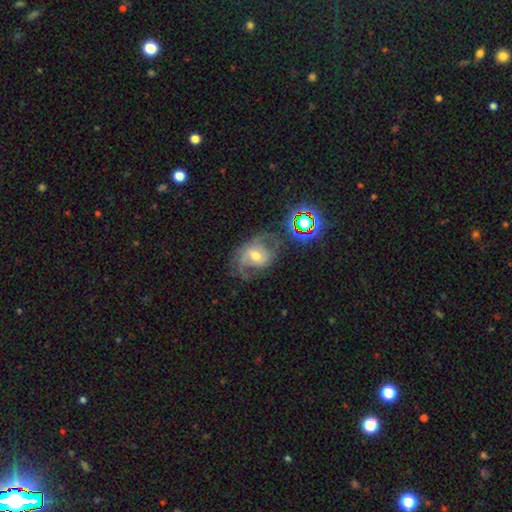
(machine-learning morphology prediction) The model was most divided on "bar": no: 43%, weak: 42%, strong: 15%. Remaining: edge-on disk — no (96%); spiral arms — yes (85%); smooth or featured — featured or disk (68%); bulge size — moderate (67%); spiral arm count — 2 (60%); merging — none (49%); spiral winding — medium (44%).